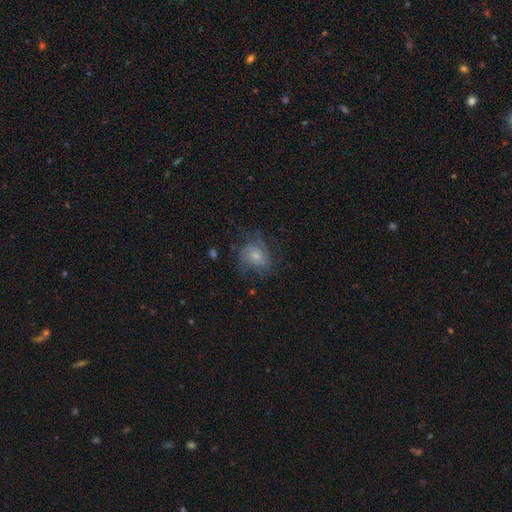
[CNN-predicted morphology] Smooth or featured? Predicted: featured or disk (p=0.49). Merging? Predicted: none (p=0.52).